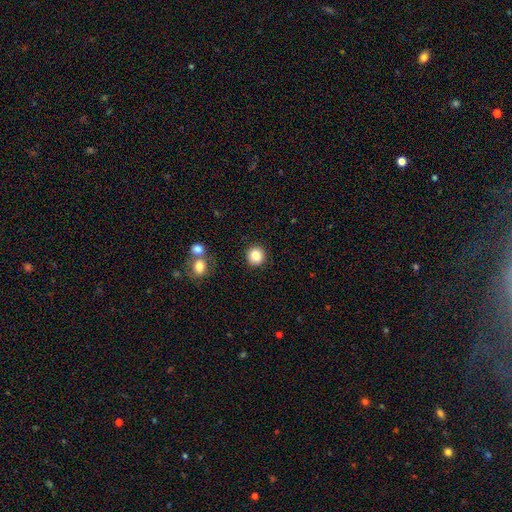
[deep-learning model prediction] Smooth or featured? Predicted: smooth (p=0.86). How rounded? Predicted: round (p=0.90). Merging? Predicted: none (p=0.89).